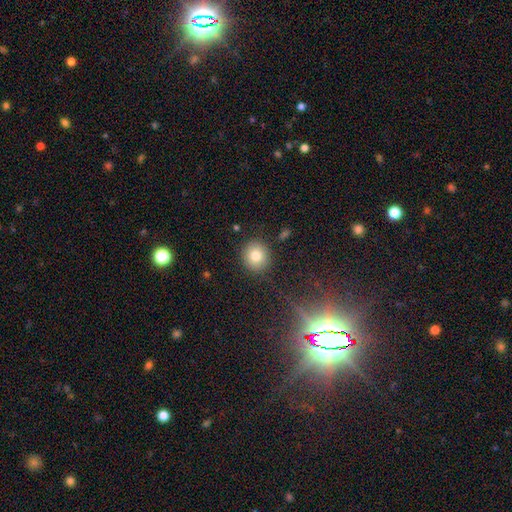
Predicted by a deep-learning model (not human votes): Smooth or featured? smooth (80%)
How rounded? round (87%)
Merging? none (88%)